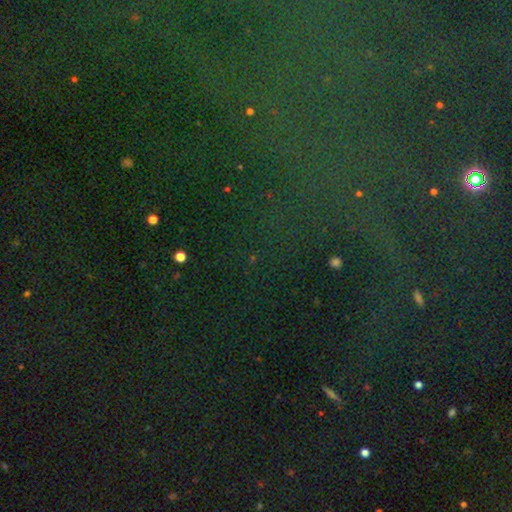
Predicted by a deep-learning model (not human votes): Overall: star or artifact (82%).